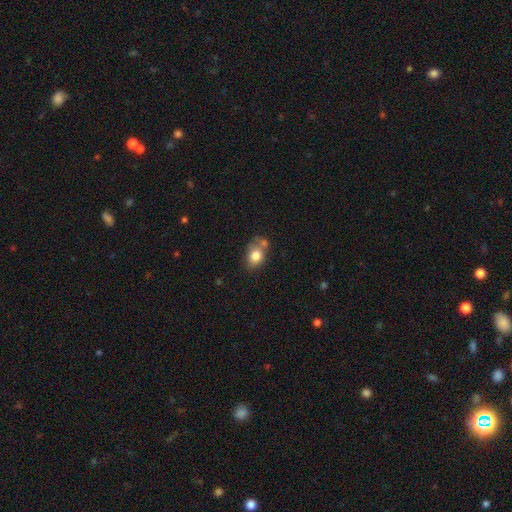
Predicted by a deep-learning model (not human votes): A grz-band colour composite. It shows a smooth galaxy with no disk features (79%) that is in between round and cigar-shaped (62%). Merging: none (49%).